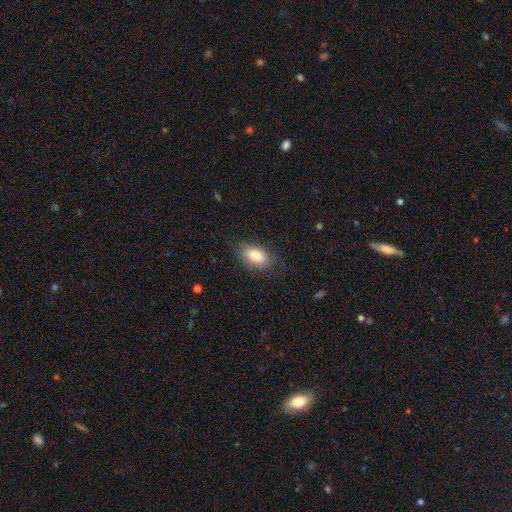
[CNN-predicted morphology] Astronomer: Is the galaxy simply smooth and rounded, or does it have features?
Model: smooth — 81%.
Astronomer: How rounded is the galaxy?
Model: in between — 89%.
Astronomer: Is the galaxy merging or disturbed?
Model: none — 81%.